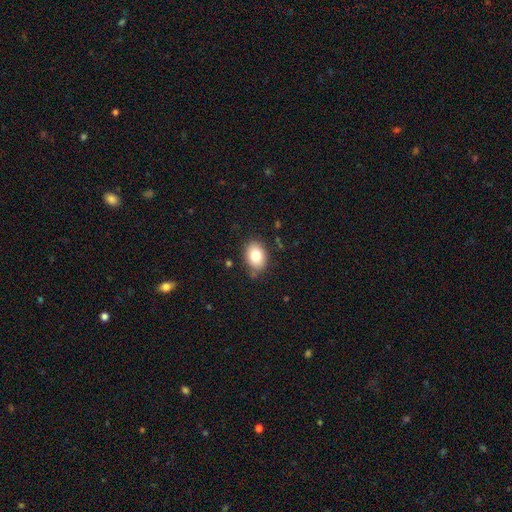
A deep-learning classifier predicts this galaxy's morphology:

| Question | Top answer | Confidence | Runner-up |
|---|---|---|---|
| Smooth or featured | smooth | 80% | featured or disk (11%) |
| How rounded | in between | 71% | round (28%) |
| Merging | none | 81% | minor disturbance (14%) |